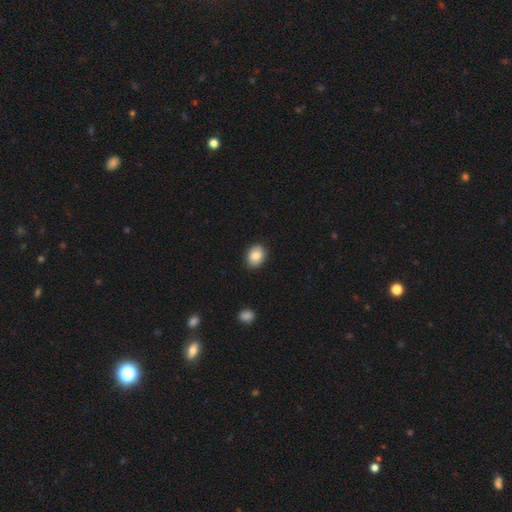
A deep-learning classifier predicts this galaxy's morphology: Overall: smooth (86%). How rounded: in between (60%; round 39%). Merging: none (89%).